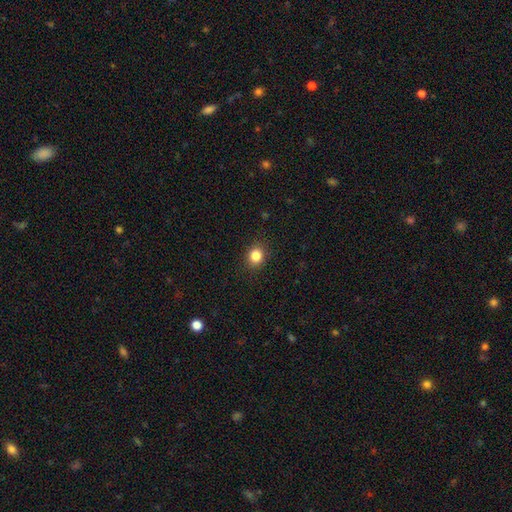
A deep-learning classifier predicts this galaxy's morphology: smooth_or_featured: smooth (p=0.85) [alt: star or artifact p=0.11]
how_rounded: round (p=0.73) [alt: in between p=0.27]
merging: none (p=0.89) [alt: minor disturbance p=0.08]